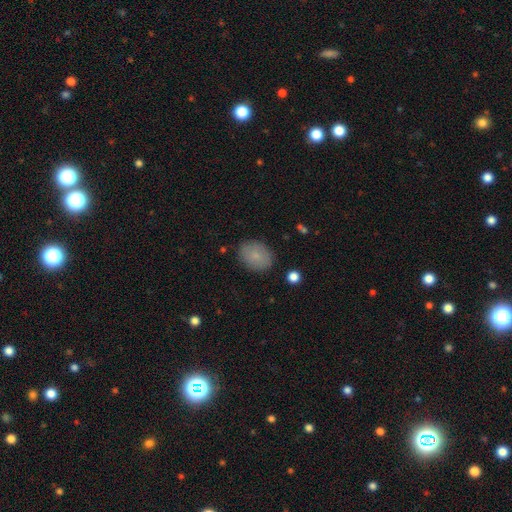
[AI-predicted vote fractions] Smooth or featured?
  - smooth: 83% *
  - featured or disk: 9%
  - star or artifact: 8%
How rounded?
  - in between: 62% *
  - round: 37%
  - cigar-shaped: 1%
Merging?
  - none: 83% *
  - minor disturbance: 12%
  - major disturbance: 3%
  - merger: 1%